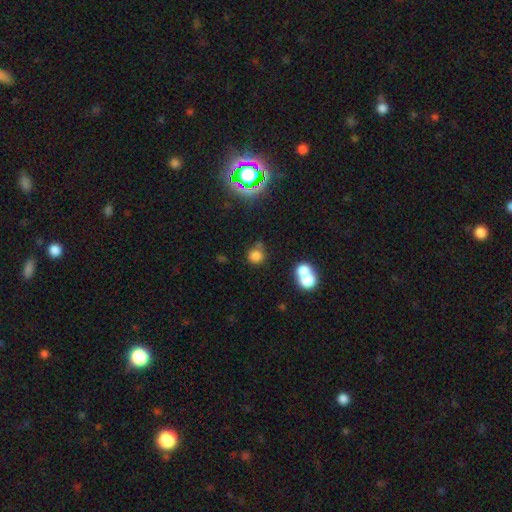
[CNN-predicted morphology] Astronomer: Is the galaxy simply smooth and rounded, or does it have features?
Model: smooth — 74%.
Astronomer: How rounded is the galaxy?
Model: round — 87%.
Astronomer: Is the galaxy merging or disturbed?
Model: none — 62%.